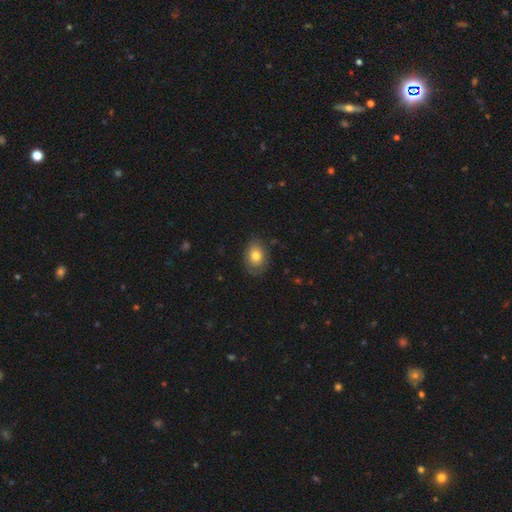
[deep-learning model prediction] A smooth galaxy with no disk features (76%) that is in between round and cigar-shaped (66%).

Vote fractions:
- Smooth or featured? smooth: 76% / featured or disk: 16% / star or artifact: 8%
- How rounded? in between: 66% / round: 33% / cigar-shaped: 1%
- Merging? none: 78% / minor disturbance: 17% / major disturbance: 4% / merger: 1%